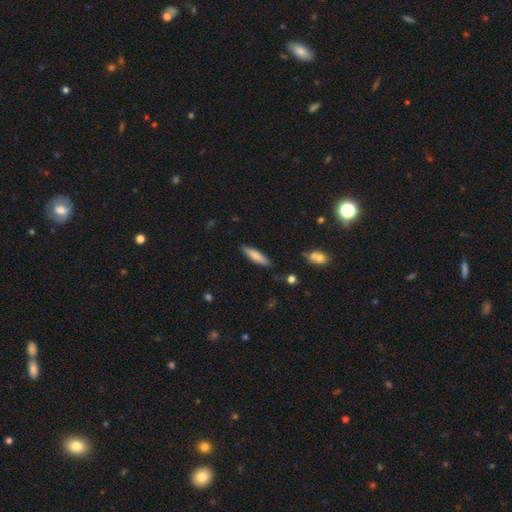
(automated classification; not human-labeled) Smooth or featured?
  - smooth: 75% *
  - featured or disk: 18%
  - star or artifact: 6%
How rounded?
  - cigar-shaped: 71% *
  - in between: 28%
  - round: 2%
Merging?
  - none: 83% *
  - minor disturbance: 13%
  - major disturbance: 2%
  - merger: 2%